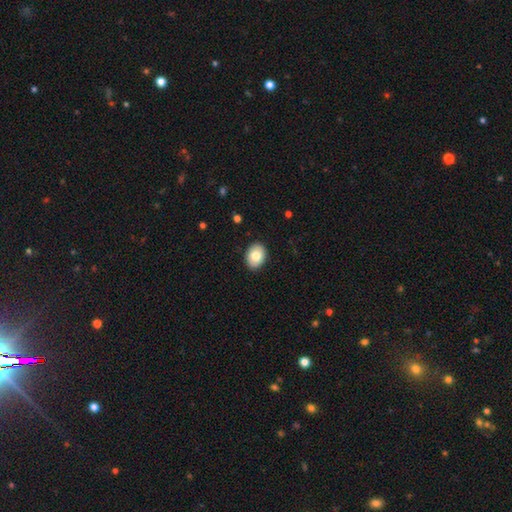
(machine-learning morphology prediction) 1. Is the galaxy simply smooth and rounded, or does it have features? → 81% smooth, 12% featured or disk, 7% star or artifact.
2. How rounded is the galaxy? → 74% in between, 25% round, 1% cigar-shaped.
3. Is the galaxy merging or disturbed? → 90% none, 8% minor disturbance, 2% major disturbance, 1% merger.